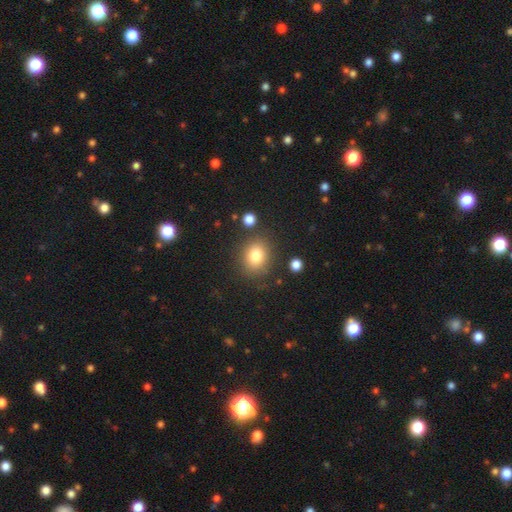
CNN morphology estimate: Smooth or featured?
  - smooth: 80% *
  - star or artifact: 11%
  - featured or disk: 9%
How rounded?
  - round: 61% *
  - in between: 38%
  - cigar-shaped: 1%
Merging?
  - none: 80% *
  - minor disturbance: 11%
  - merger: 4%
  - major disturbance: 4%